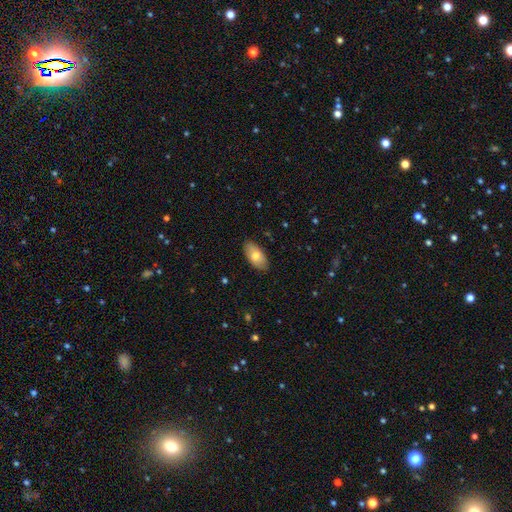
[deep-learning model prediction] smooth 72%, featured or disk 21%, star or artifact 6%. Down the decision tree: how rounded — in between (94%); merging — none (86%).